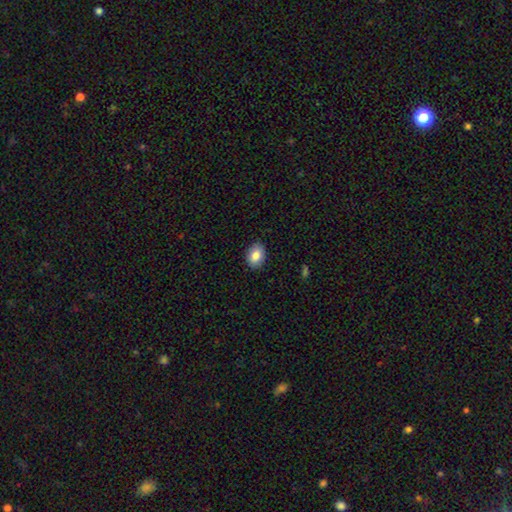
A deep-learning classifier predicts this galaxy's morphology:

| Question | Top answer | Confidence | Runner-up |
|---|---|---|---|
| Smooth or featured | smooth | 83% | featured or disk (10%) |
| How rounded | in between | 79% | round (20%) |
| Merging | none | 88% | minor disturbance (9%) |